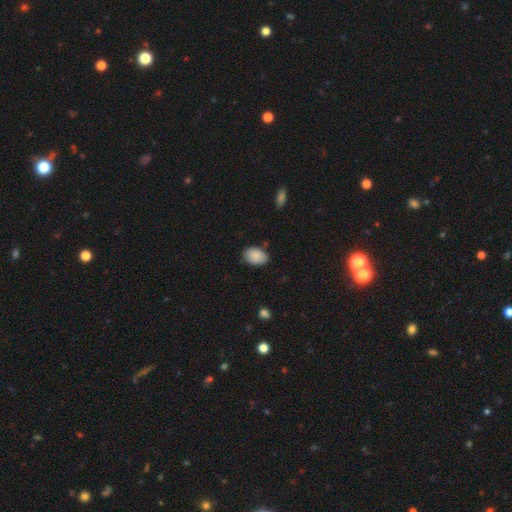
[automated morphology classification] This is clearly a smooth galaxy (87%). How rounded: clearly in between (84%). Merging: likely none (78%).